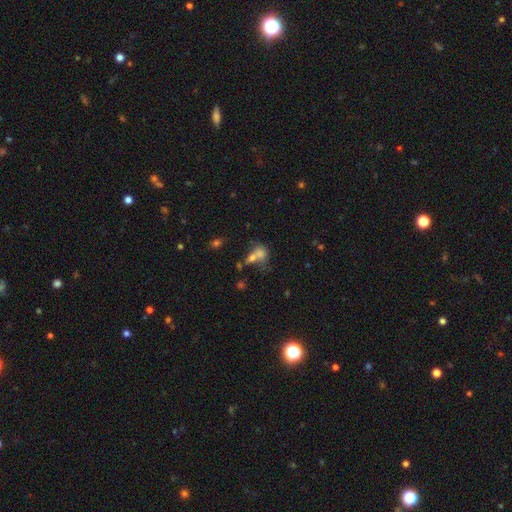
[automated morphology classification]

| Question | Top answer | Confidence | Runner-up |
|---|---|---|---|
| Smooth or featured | smooth | 68% | featured or disk (18%) |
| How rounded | in between | 54% | round (43%) |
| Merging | merger | 54% | none (27%) |